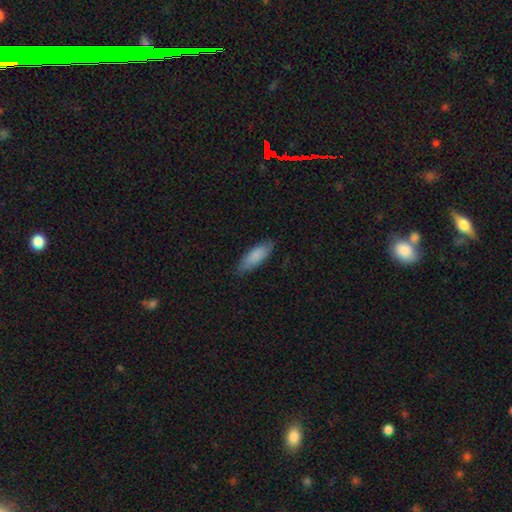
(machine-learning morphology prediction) smooth 84%, featured or disk 11%, star or artifact 6%. Down the decision tree: how rounded — in between (62%); merging — none (79%).